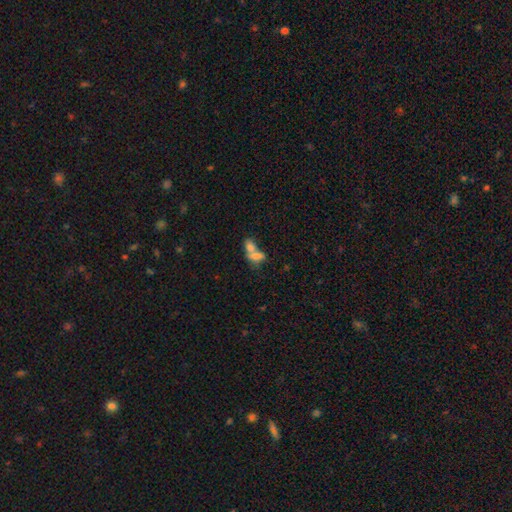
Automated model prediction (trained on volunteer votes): Q: Smooth or featured?
A: smooth (71%); runner-up: featured or disk (19%)
Q: How rounded?
A: in between (80%); runner-up: round (12%)
Q: Merging?
A: merger (70%); runner-up: none (18%)